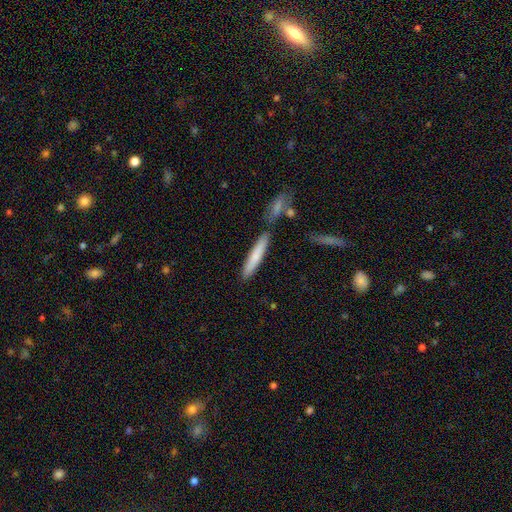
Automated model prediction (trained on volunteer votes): Smooth or featured? smooth (73%)
How rounded? cigar-shaped (91%)
Merging? none (80%)